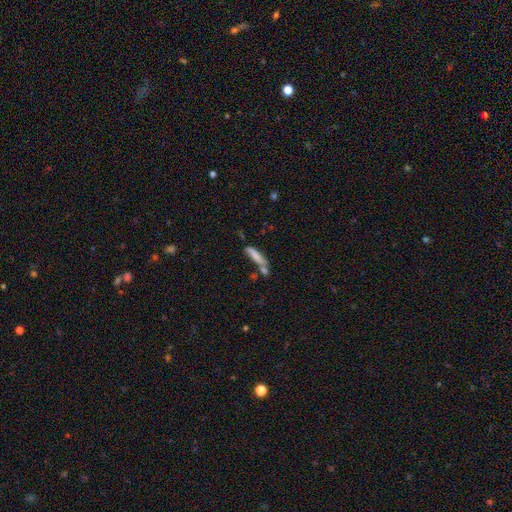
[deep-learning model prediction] smooth_or_featured: smooth (p=0.73) [alt: featured or disk p=0.18]
how_rounded: cigar-shaped (p=0.77) [alt: in between p=0.21]
merging: none (p=0.46) [alt: merger p=0.29]